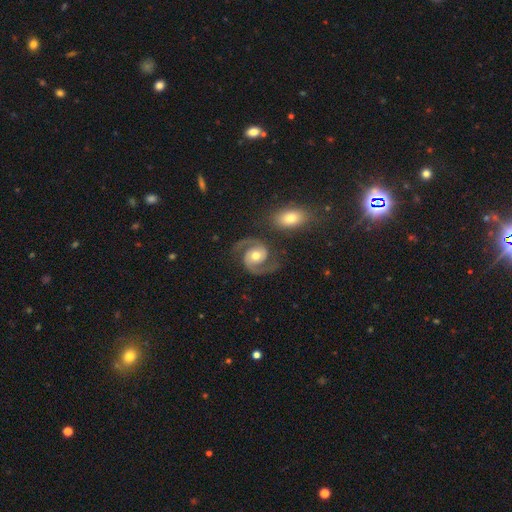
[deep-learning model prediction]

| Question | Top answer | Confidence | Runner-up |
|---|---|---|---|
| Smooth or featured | featured or disk | 91% | star or artifact (4%) |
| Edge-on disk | no | 98% | yes (2%) |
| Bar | no | 63% | weak (26%) |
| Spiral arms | yes | 98% | no (2%) |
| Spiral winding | medium | 62% | tight (23%) |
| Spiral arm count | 2 | 94% | can't tell (1%) |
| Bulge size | moderate | 74% | small (16%) |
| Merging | none | 78% | minor disturbance (12%) |